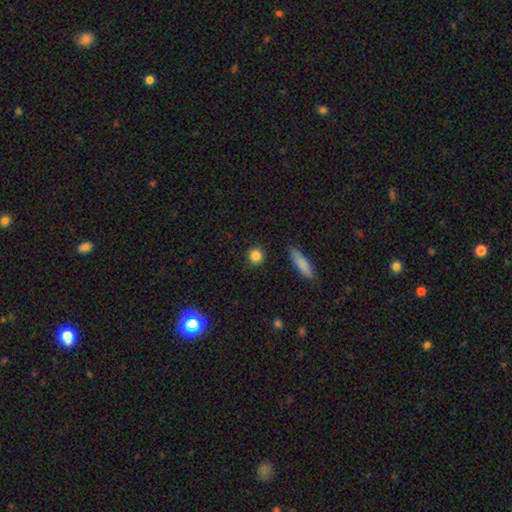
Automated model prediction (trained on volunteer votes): smooth 85%, star or artifact 10%, featured or disk 5%. Down the decision tree: how rounded — round (90%); merging — none (90%).